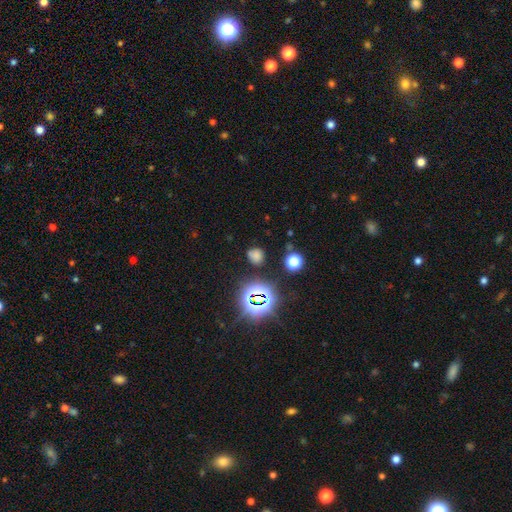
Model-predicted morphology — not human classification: Overall: smooth (60%; star or artifact 33%). How rounded: round (76%). Merging: none (77%).